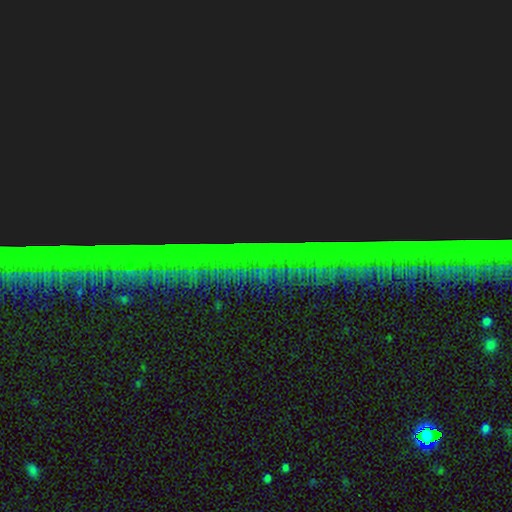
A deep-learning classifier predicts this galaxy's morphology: type=star or artifact (87%).